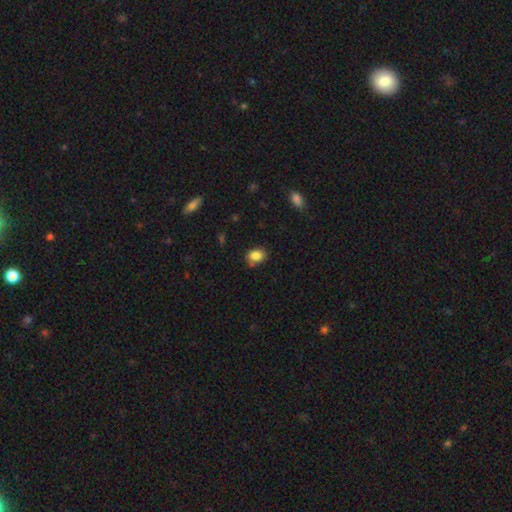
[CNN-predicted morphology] smooth_or_featured: smooth (p=0.84) [alt: star or artifact p=0.10]
how_rounded: in between (p=0.60) [alt: round p=0.39]
merging: none (p=0.76) [alt: minor disturbance p=0.14]